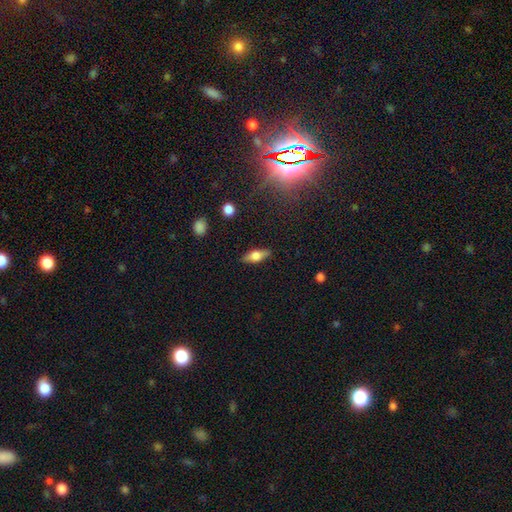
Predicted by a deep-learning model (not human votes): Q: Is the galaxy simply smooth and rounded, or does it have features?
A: smooth — 57%.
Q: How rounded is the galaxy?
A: in between — 71%.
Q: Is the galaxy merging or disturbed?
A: none — 85%.